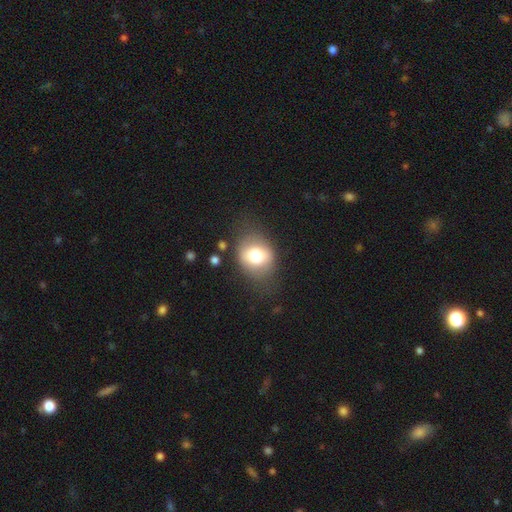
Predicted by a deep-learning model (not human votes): Q: Smooth or featured?
A: smooth (72%); runner-up: featured or disk (20%)
Q: How rounded?
A: in between (52%); runner-up: round (47%)
Q: Merging?
A: none (69%); runner-up: minor disturbance (19%)